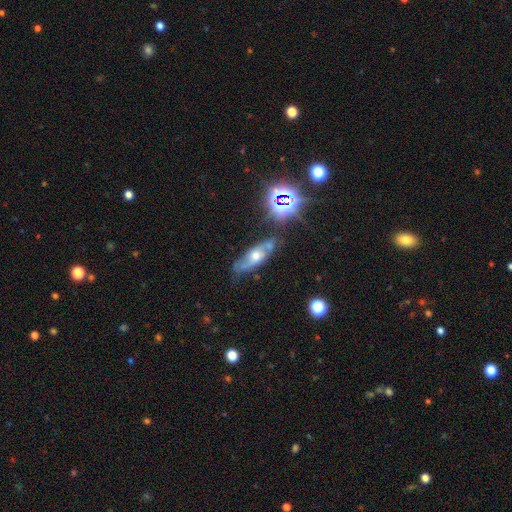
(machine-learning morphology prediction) type=featured or disk (53%); edge-on=no (64%); merging=none (67%).